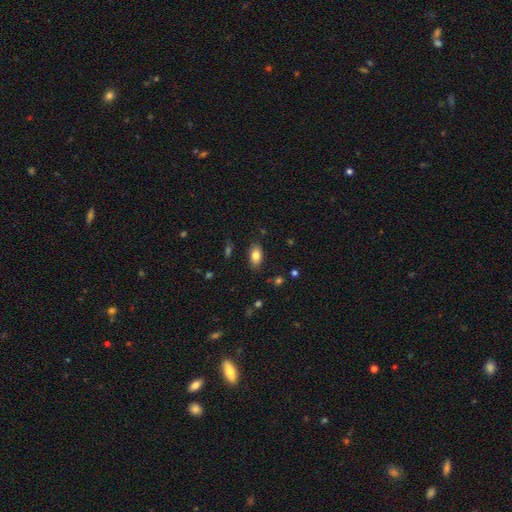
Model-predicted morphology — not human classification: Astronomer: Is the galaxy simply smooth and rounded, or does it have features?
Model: smooth — 82%.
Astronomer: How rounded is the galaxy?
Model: in between — 90%.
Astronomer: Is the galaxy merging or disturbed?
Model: none — 84%.